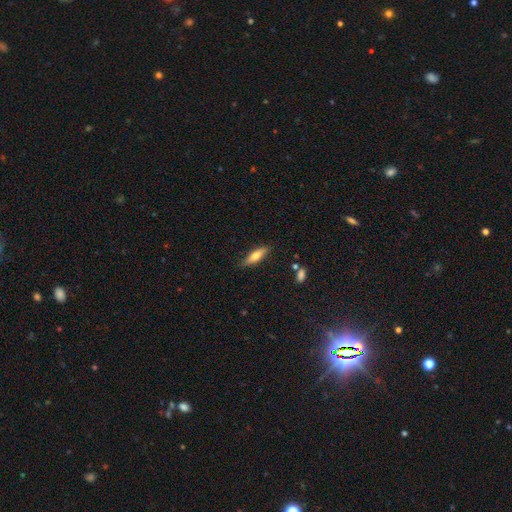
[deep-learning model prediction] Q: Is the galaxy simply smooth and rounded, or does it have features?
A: smooth — 64%.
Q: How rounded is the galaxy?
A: cigar-shaped — 62%.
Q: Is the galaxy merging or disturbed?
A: none — 84%.